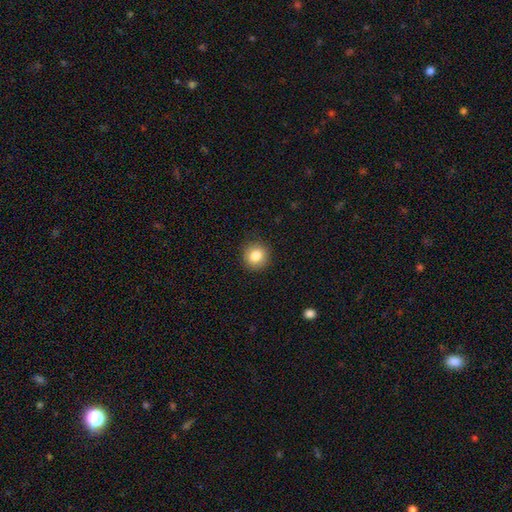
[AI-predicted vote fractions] Smooth or featured? smooth (83%)
How rounded? round (91%)
Merging? none (91%)